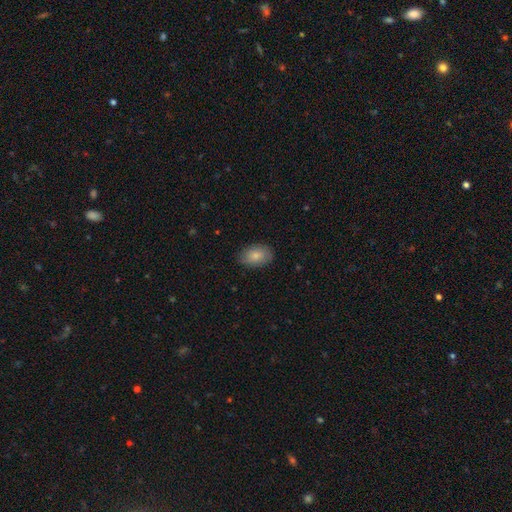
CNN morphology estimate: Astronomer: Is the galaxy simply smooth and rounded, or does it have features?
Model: smooth — 83%.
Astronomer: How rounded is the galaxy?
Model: in between — 89%.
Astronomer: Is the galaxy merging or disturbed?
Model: none — 85%.